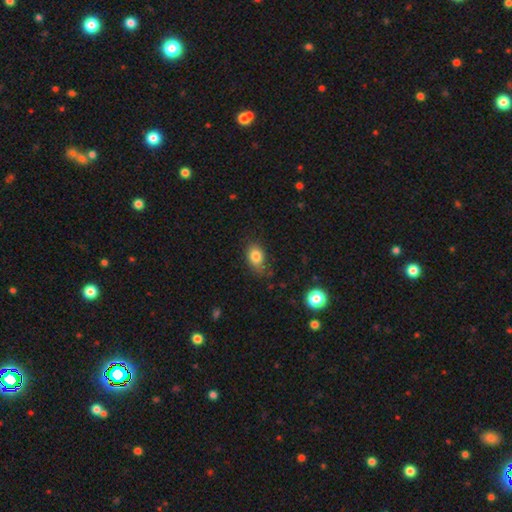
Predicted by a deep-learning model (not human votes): The model was most divided on "merging": none: 68%, minor disturbance: 24%, major disturbance: 6%, merger: 2%. More confident: smooth or featured — smooth (82%); how rounded — in between (78%).